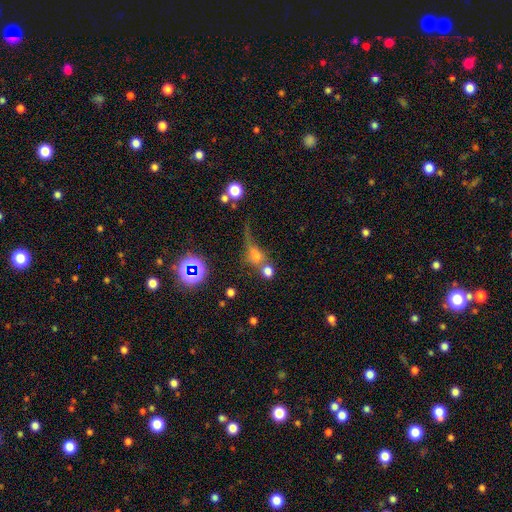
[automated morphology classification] Overall: smooth (49%; star or artifact 28%). Merging: none (31%; major disturbance 27%).